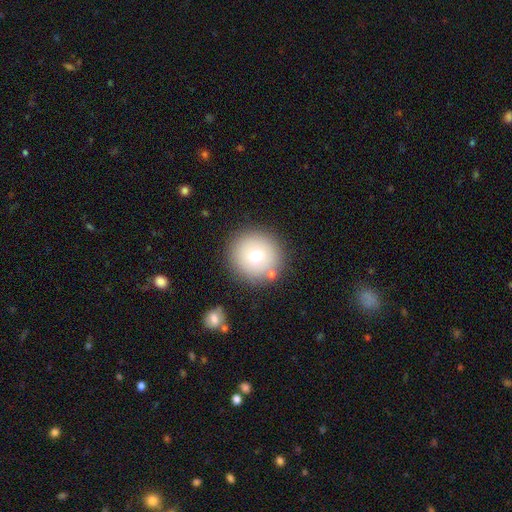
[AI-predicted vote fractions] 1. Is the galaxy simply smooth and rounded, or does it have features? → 70% smooth, 17% featured or disk, 12% star or artifact.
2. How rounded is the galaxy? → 95% round, 4% in between, 1% cigar-shaped.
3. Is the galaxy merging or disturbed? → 84% none, 8% minor disturbance, 5% merger, 3% major disturbance.